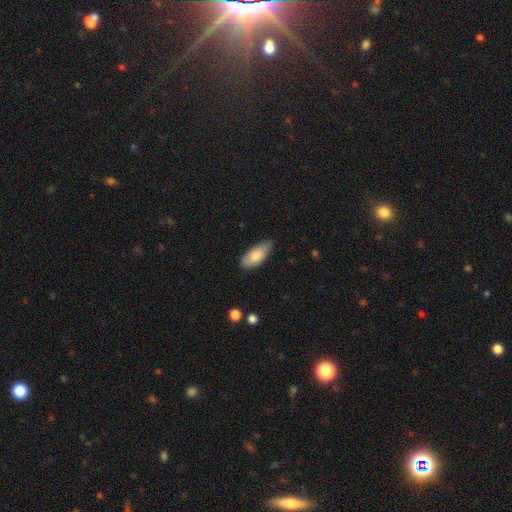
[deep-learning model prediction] Smooth or featured?
  - smooth: 81% *
  - featured or disk: 13%
  - star or artifact: 6%
How rounded?
  - in between: 84% *
  - cigar-shaped: 14%
  - round: 2%
Merging?
  - none: 79% *
  - minor disturbance: 17%
  - major disturbance: 3%
  - merger: 1%